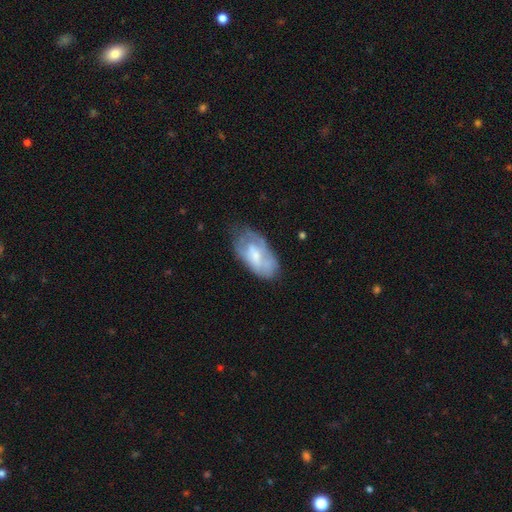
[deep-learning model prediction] The model was most divided on "smooth or featured" (2-way tie): smooth: 46%, featured or disk: 46%, star or artifact: 7%. Remaining: merging — none (50%).